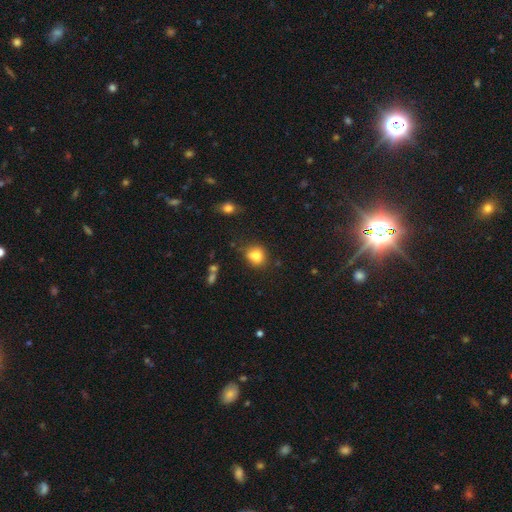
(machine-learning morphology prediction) This is clearly a smooth galaxy (82%). How rounded: likely round (60%). Merging: likely none (68%).